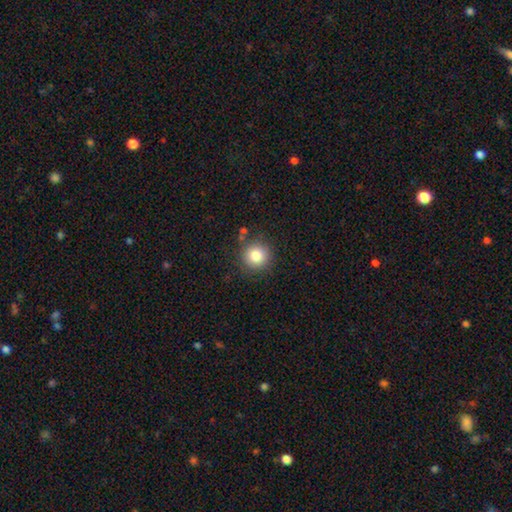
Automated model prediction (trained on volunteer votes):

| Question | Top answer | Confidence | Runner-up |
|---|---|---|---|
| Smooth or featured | smooth | 82% | star or artifact (11%) |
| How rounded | round | 94% | in between (5%) |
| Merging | none | 85% | minor disturbance (9%) |